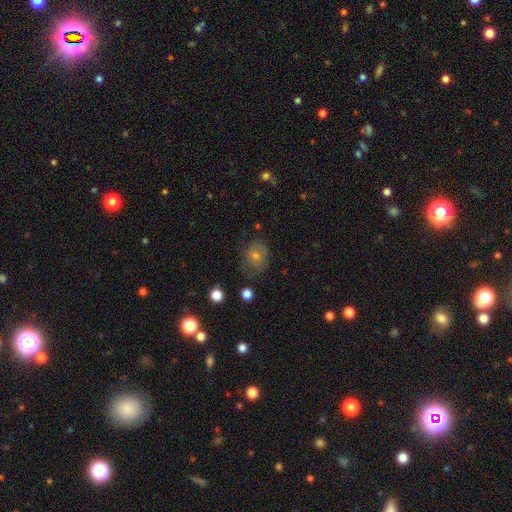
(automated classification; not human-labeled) The model was most divided on "how rounded": round: 61%, in between: 38%, cigar-shaped: 1%. More confident: merging — none (67%); smooth or featured — smooth (57%).